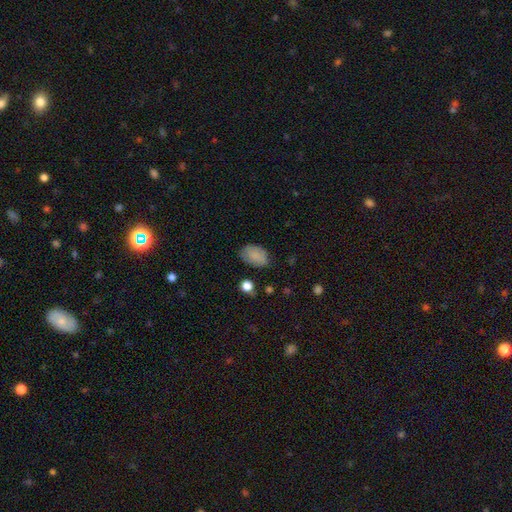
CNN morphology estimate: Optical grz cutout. It shows a smooth galaxy with no disk features (84%) that is in between round and cigar-shaped (88%). Merging: none (76%).